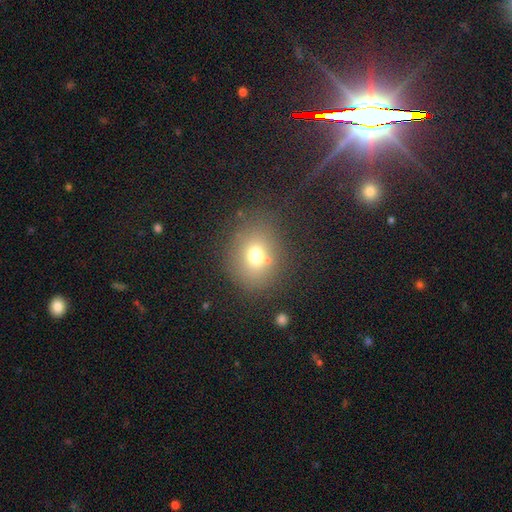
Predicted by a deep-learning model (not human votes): The model was most divided on "how rounded": round: 64%, in between: 35%, cigar-shaped: 1%. More confident: merging — none (72%); smooth or featured — smooth (70%).